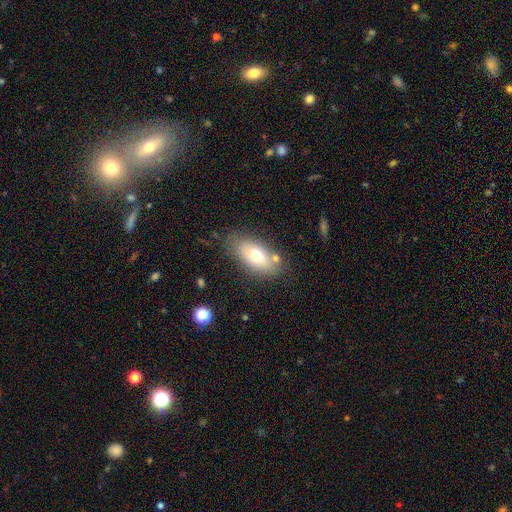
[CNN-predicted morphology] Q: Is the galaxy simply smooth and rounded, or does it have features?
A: smooth — 68%.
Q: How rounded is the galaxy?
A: in between — 89%.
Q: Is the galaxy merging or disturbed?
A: none — 71%.